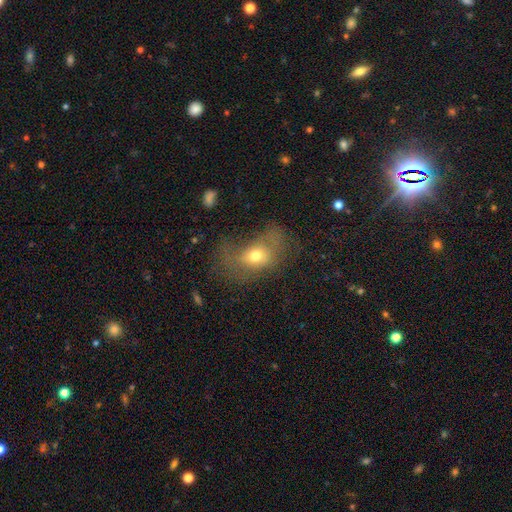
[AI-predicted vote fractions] A smooth galaxy with no disk features (58%) that is in between round and cigar-shaped (70%).

Vote fractions:
- Smooth or featured? smooth: 58% / featured or disk: 30% / star or artifact: 12%
- How rounded? in between: 70% / round: 28% / cigar-shaped: 2%
- Merging? major disturbance: 38% / none: 35% / minor disturbance: 24% / merger: 3%